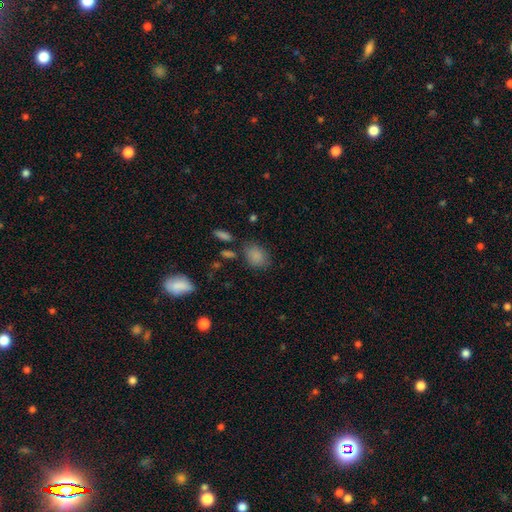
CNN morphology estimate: Smooth or featured? Predicted: smooth (p=0.84). How rounded? Predicted: in between (p=0.66). Merging? Predicted: none (p=0.70).